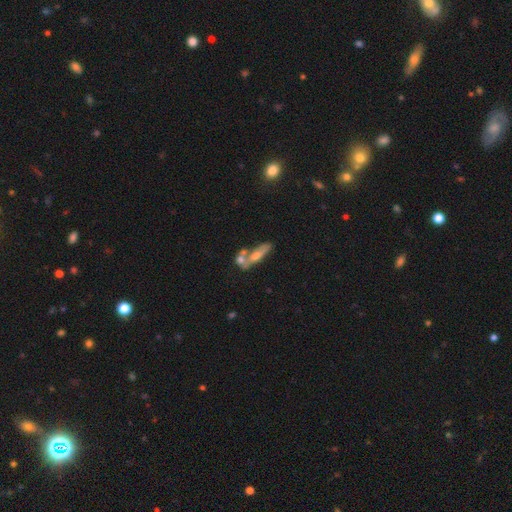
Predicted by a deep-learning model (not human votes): Morphology: type=smooth (47%); merging=merger (47%).